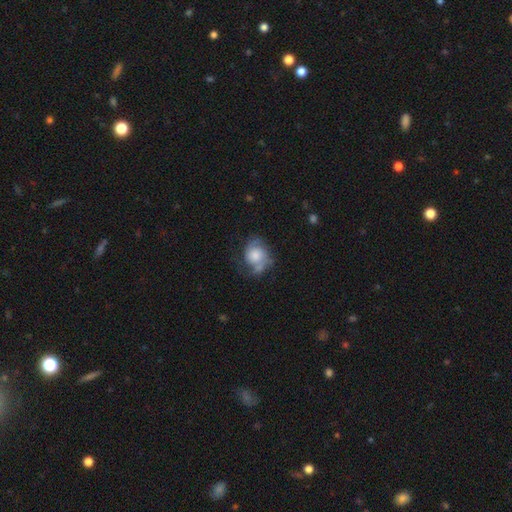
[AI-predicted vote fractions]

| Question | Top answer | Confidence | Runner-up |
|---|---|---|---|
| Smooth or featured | featured or disk | 54% | smooth (38%) |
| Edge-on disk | no | 97% | yes (3%) |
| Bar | no | 78% | weak (19%) |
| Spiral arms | yes | 83% | no (17%) |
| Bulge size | moderate | 33% | large (26%) |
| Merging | none | 49% | minor disturbance (27%) |